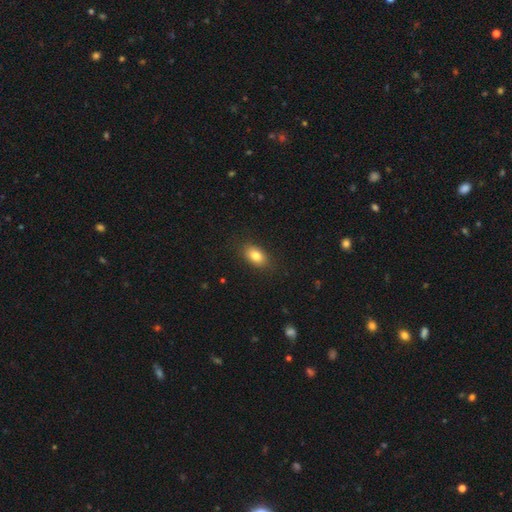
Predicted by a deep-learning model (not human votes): This is clearly a smooth galaxy (82%). How rounded: clearly in between (88%). Merging: clearly none (87%).